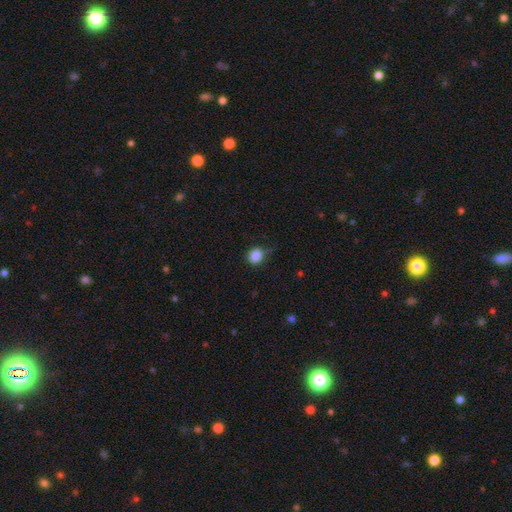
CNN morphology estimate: Smooth or featured? smooth (84%)
How rounded? round (78%)
Merging? none (66%)